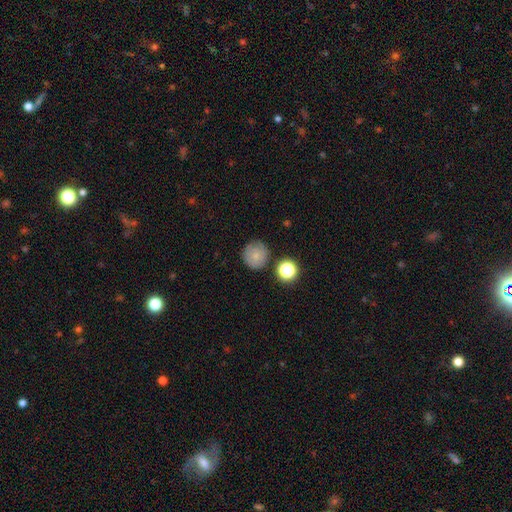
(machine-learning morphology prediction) This is likely a smooth galaxy (74%). How rounded: clearly round (93%). Merging: likely none (78%).